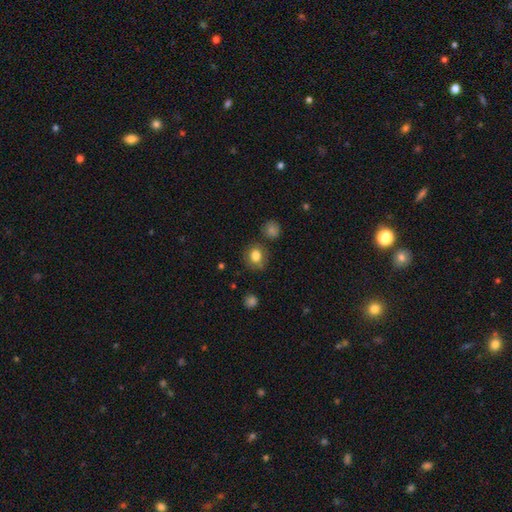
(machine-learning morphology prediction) Smooth or featured? smooth (81%)
How rounded? round (72%)
Merging? none (77%)